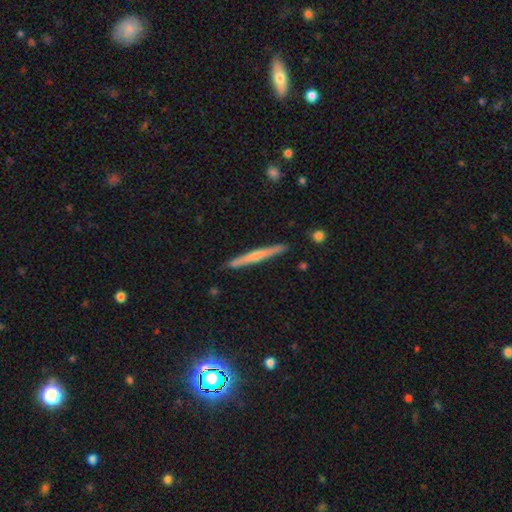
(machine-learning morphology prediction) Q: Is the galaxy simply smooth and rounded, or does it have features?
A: featured or disk — 58%.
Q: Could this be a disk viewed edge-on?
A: yes — 95%.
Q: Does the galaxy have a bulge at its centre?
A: rounded — 64%.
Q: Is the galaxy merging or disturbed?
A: none — 87%.